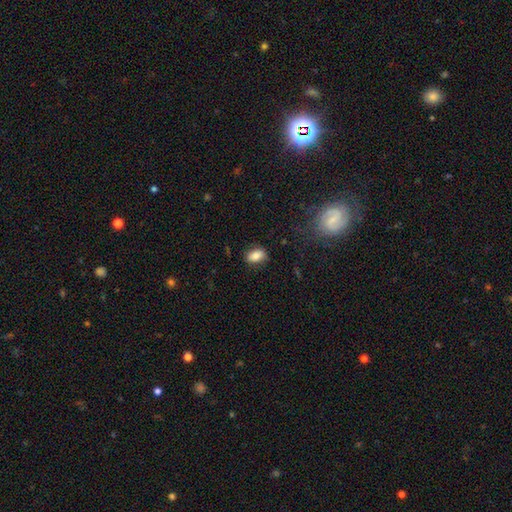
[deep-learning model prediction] This is clearly a smooth galaxy (83%). How rounded: clearly in between (86%). Merging: clearly none (82%).